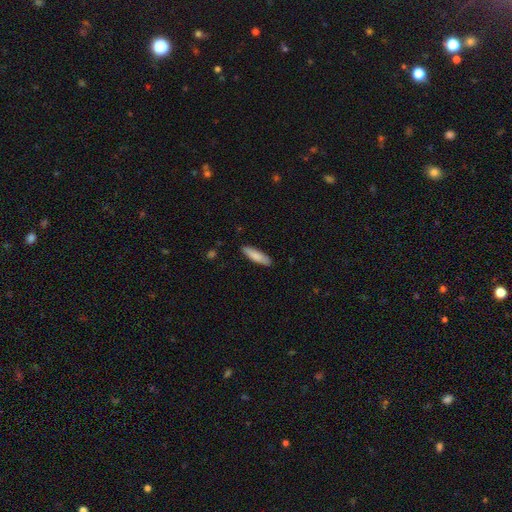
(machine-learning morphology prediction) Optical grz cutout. It shows a smooth galaxy with no disk features (83%) that is cigar-shaped (68%). Merging: none (88%).